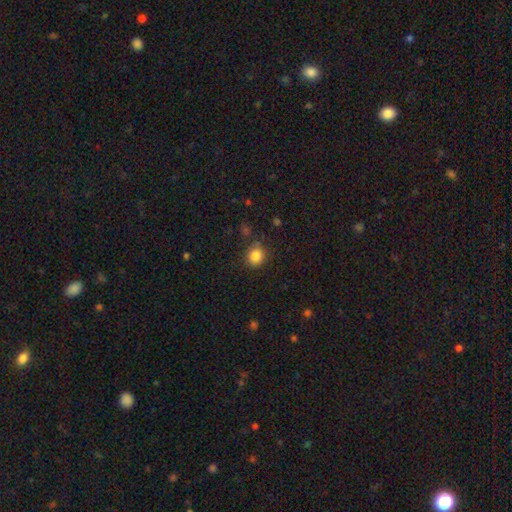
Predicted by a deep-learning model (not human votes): This appears to be a smooth galaxy with no disk features (84%) that is round (82%). Merging: none (81%).